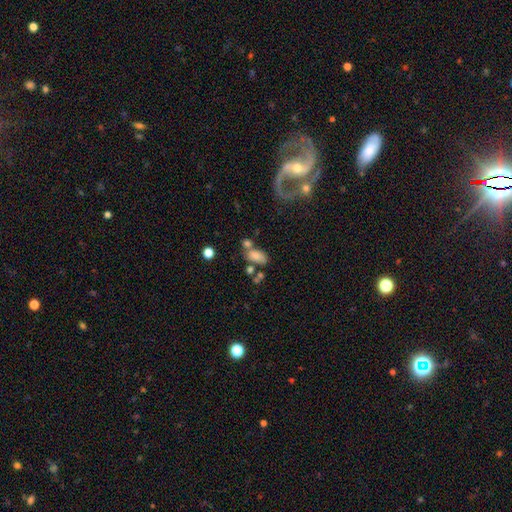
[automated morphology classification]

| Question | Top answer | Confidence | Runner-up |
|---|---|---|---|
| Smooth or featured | smooth | 74% | featured or disk (14%) |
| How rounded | in between | 90% | round (7%) |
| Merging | none | 41% | merger (33%) |